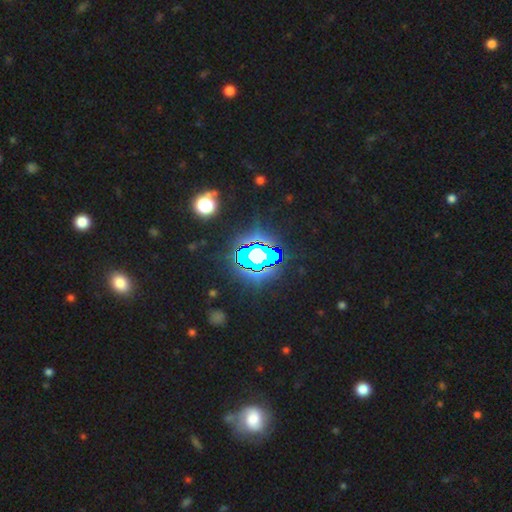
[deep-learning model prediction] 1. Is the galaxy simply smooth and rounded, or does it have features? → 81% star or artifact, 11% smooth, 7% featured or disk.